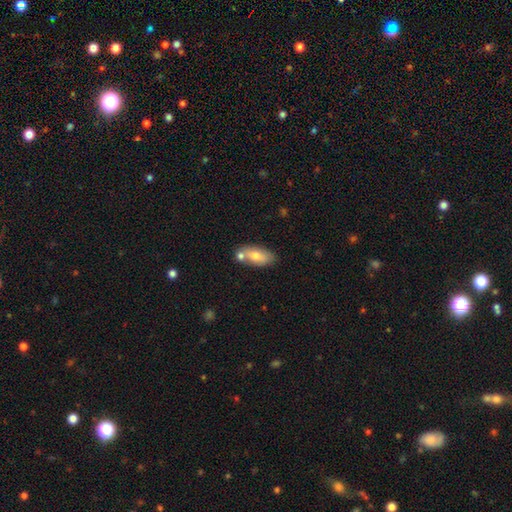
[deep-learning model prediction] A smooth galaxy with no disk features (70%) that is in between round and cigar-shaped (87%). Merging: none (59%).